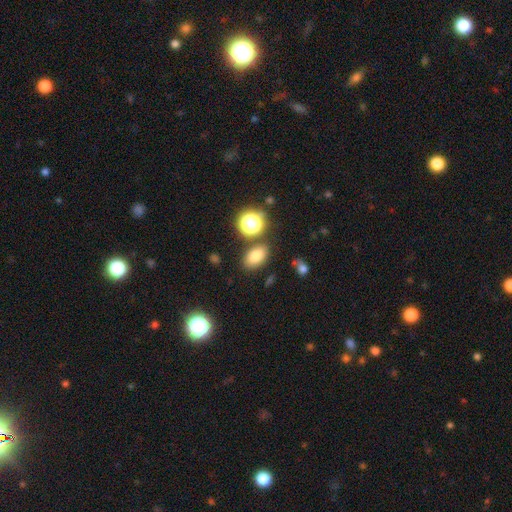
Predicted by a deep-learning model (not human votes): smooth-or-featured: smooth: 78% | star or artifact: 14% | featured or disk: 8%
  how-rounded: in between: 84% | round: 14% | cigar-shaped: 2%
  merging: none: 80% | minor disturbance: 10% | merger: 6% | major disturbance: 3%